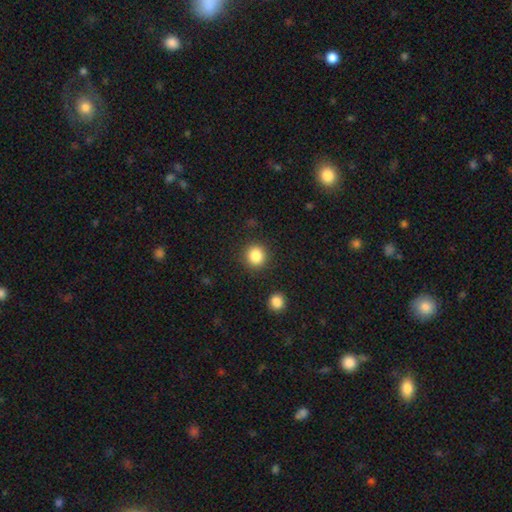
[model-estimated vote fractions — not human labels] Smooth or featured? Predicted: smooth (p=0.85). How rounded? Predicted: round (p=0.88). Merging? Predicted: none (p=0.88).